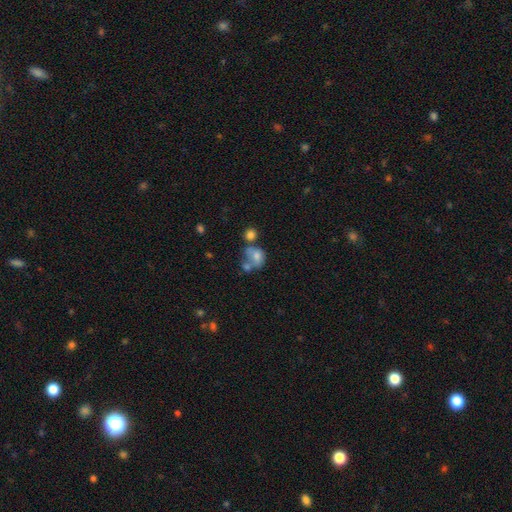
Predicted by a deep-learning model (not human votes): Smooth or featured?
  - smooth: 67% *
  - featured or disk: 22%
  - star or artifact: 12%
How rounded?
  - round: 53% *
  - in between: 46%
  - cigar-shaped: 1%
Merging?
  - merger: 45% *
  - none: 27%
  - minor disturbance: 15%
  - major disturbance: 13%